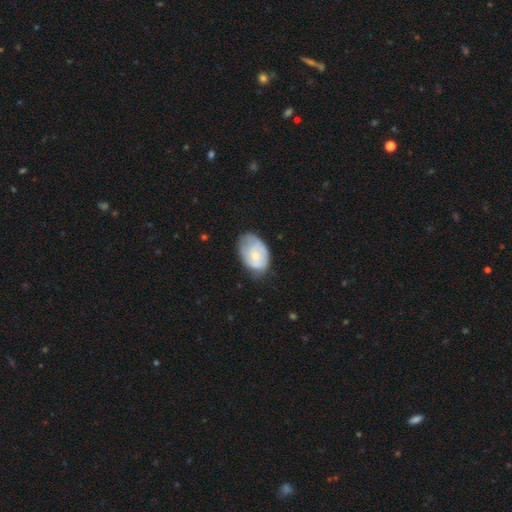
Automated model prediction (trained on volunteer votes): This is possibly a smooth galaxy (53%). How rounded: clearly in between (86%). Merging: possibly none (52%).